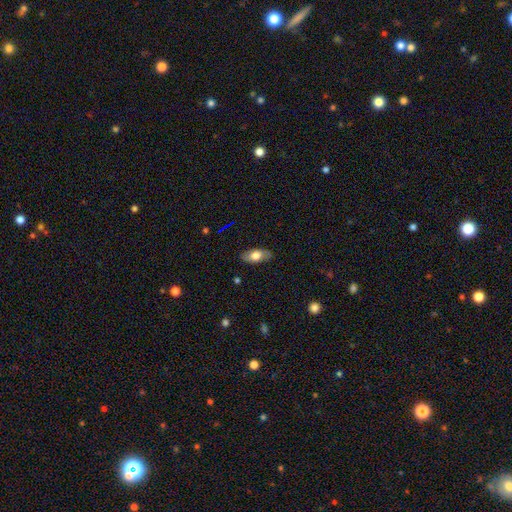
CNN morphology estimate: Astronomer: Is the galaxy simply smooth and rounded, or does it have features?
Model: smooth — 66%.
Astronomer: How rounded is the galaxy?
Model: in between — 88%.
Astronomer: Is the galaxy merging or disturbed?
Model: none — 84%.